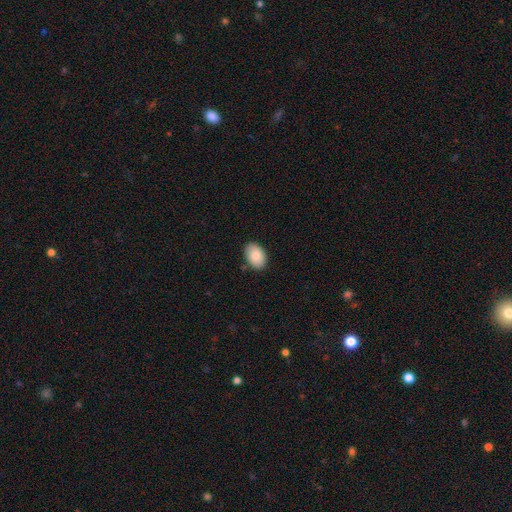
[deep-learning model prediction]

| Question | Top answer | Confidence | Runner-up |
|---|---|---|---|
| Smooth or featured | smooth | 88% | star or artifact (6%) |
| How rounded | in between | 89% | round (10%) |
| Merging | none | 85% | minor disturbance (11%) |